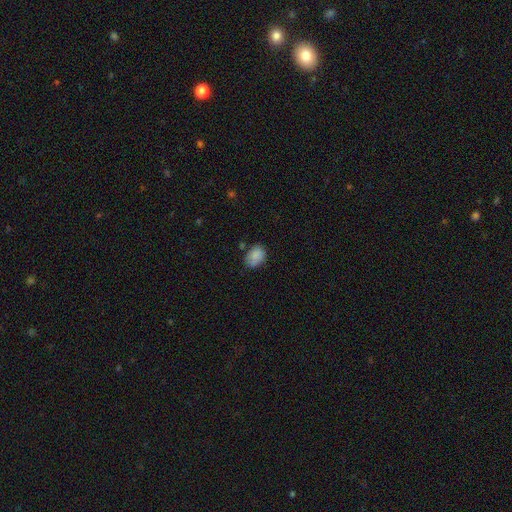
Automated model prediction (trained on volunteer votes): Q: Smooth or featured?
A: smooth (85%); runner-up: star or artifact (8%)
Q: How rounded?
A: in between (72%); runner-up: round (27%)
Q: Merging?
A: none (64%); runner-up: minor disturbance (26%)